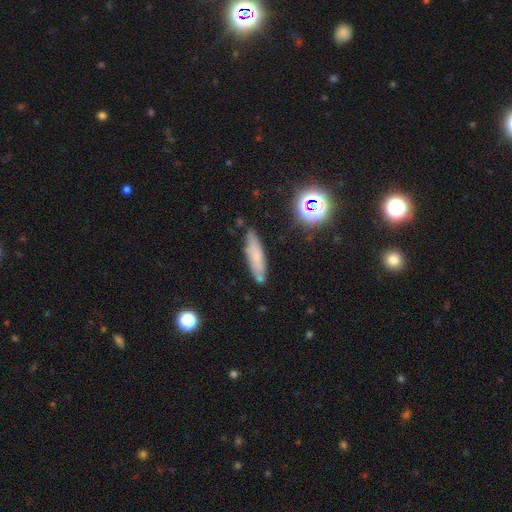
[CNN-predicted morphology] Smooth or featured? Predicted: smooth (p=0.64). How rounded? Predicted: cigar-shaped (p=0.71). Merging? Predicted: none (p=0.78).